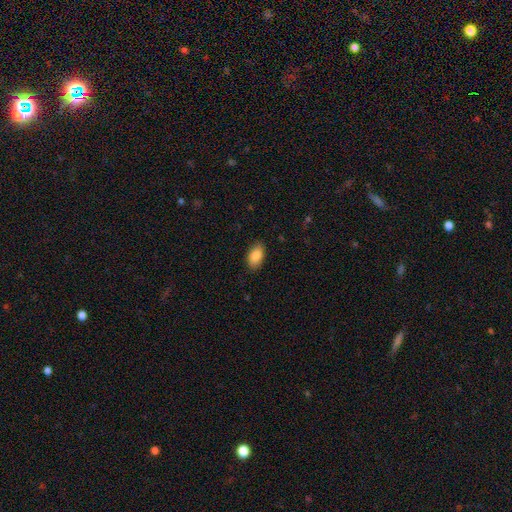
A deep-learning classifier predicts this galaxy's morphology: type=smooth (88%); roundness=in between (93%); merging=none (85%).